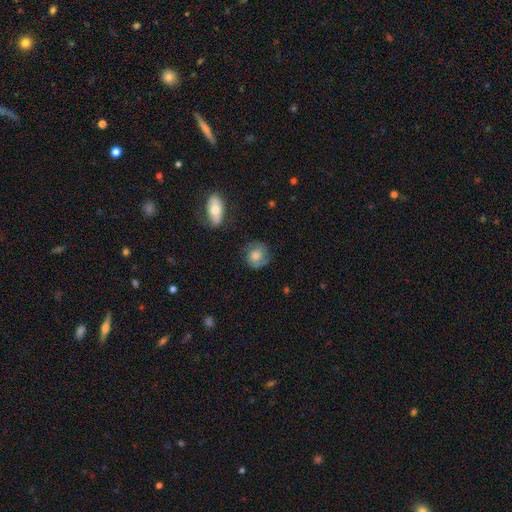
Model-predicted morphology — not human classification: type=smooth (50%); merging=none (68%).